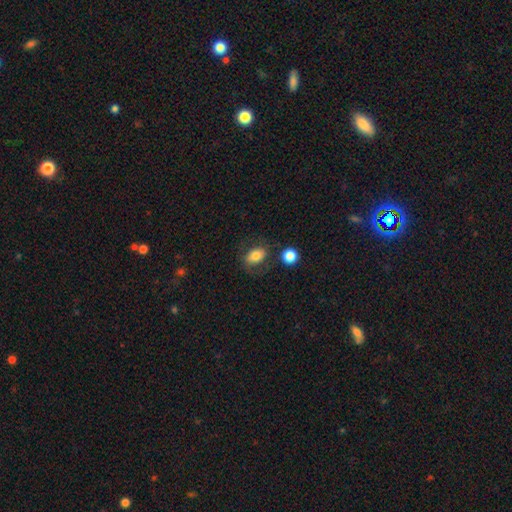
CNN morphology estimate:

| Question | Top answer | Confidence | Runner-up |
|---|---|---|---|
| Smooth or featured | smooth | 76% | featured or disk (15%) |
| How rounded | in between | 78% | round (20%) |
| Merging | none | 66% | minor disturbance (17%) |